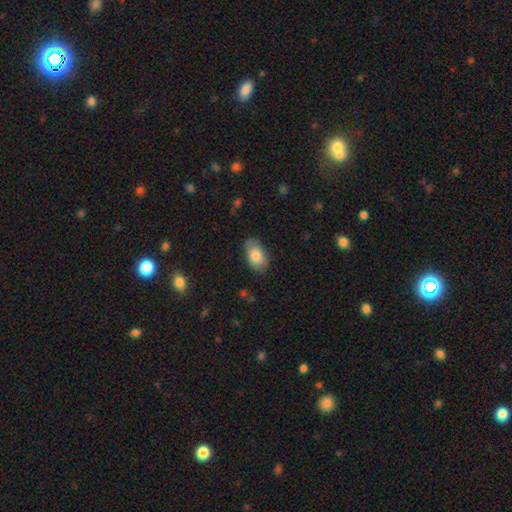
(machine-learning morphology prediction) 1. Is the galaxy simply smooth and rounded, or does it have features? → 82% smooth, 11% featured or disk, 7% star or artifact.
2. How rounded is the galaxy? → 92% in between, 7% round, 2% cigar-shaped.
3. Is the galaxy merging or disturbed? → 80% none, 16% minor disturbance, 3% major disturbance, 1% merger.